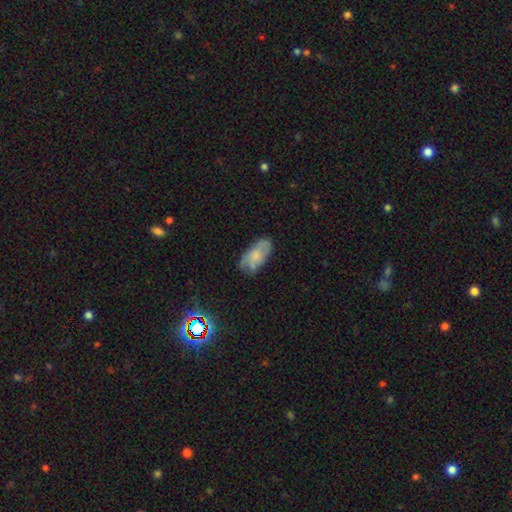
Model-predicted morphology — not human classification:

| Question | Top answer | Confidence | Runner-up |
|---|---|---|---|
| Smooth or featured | smooth | 57% | featured or disk (34%) |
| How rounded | in between | 92% | cigar-shaped (5%) |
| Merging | none | 61% | minor disturbance (28%) |